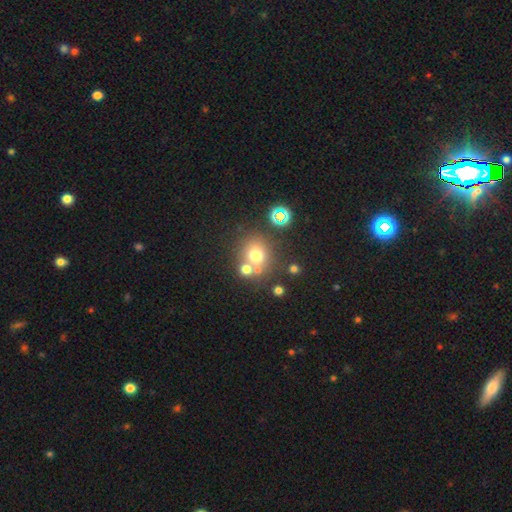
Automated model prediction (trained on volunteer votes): smooth 67%, star or artifact 21%, featured or disk 13%. Down the decision tree: how rounded — round (84%); merging — none (61%).